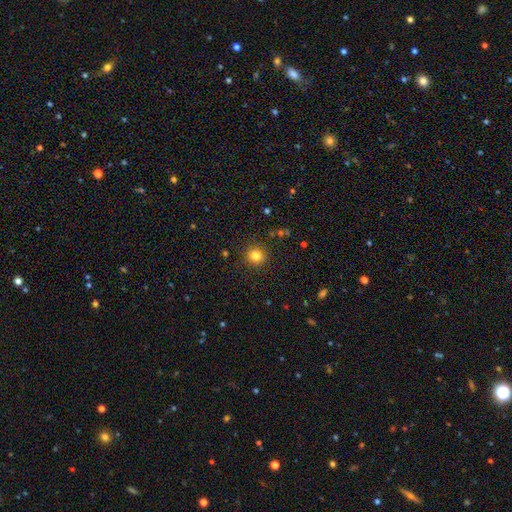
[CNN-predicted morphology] Overall: smooth (81%). How rounded: round (90%). Merging: none (89%).